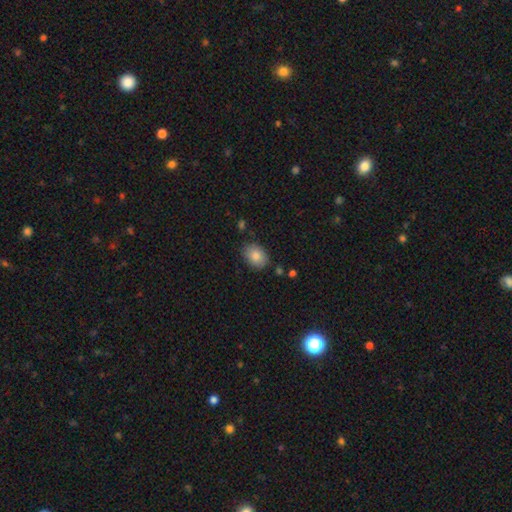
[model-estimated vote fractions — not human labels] smooth-or-featured: smooth: 84% | featured or disk: 8% | star or artifact: 8%
  how-rounded: in between: 73% | round: 26% | cigar-shaped: 1%
  merging: none: 83% | minor disturbance: 12% | major disturbance: 3% | merger: 2%